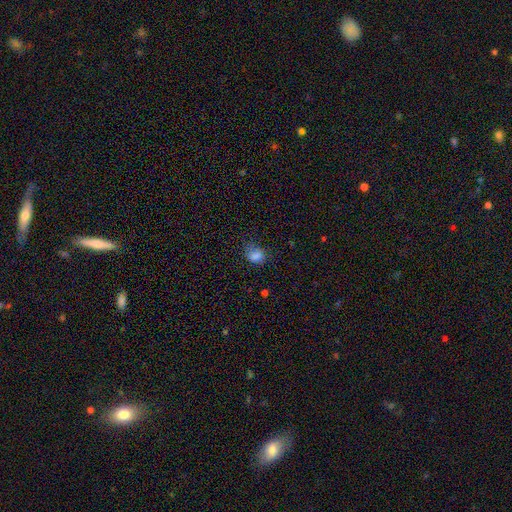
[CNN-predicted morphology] smooth_or_featured: smooth (p=0.81) [alt: star or artifact p=0.12]
how_rounded: round (p=0.51) [alt: in between p=0.48]
merging: none (p=0.56) [alt: minor disturbance p=0.29]